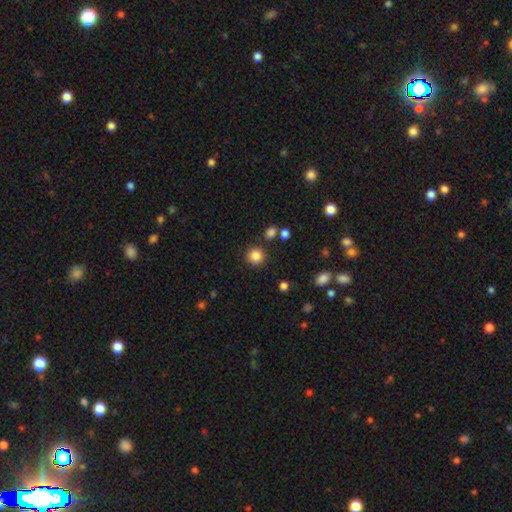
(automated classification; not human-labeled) smooth-or-featured: smooth: 85% | star or artifact: 11% | featured or disk: 4%
  how-rounded: round: 91% | in between: 8% | cigar-shaped: 1%
  merging: none: 86% | minor disturbance: 7% | merger: 4% | major disturbance: 3%